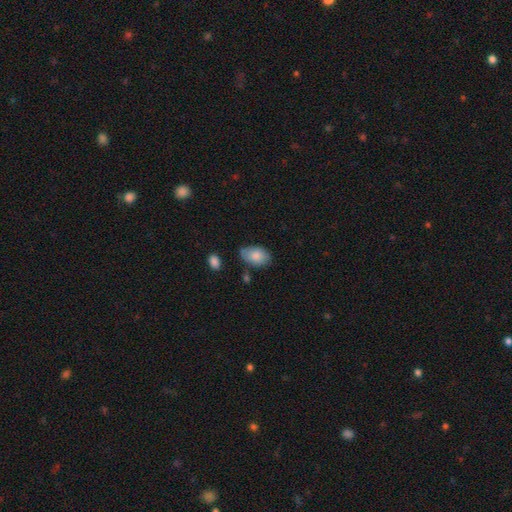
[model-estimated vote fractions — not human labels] This appears to be a smooth galaxy with no disk features (83%) that is in between round and cigar-shaped (90%). Merging: none (66%).